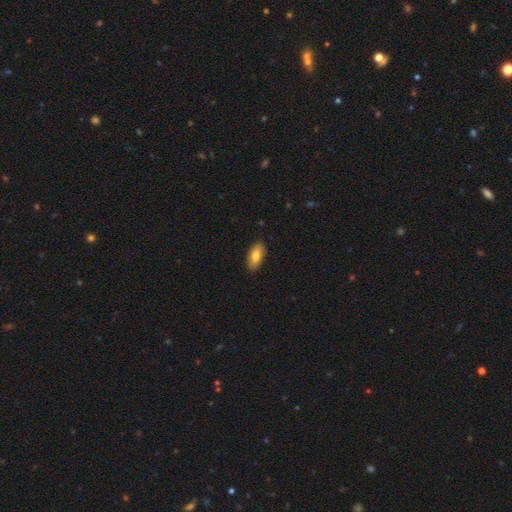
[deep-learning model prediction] smooth-or-featured: smooth: 79% | featured or disk: 15% | star or artifact: 6%
  how-rounded: in between: 90% | cigar-shaped: 8% | round: 2%
  merging: none: 88% | minor disturbance: 9% | major disturbance: 2% | merger: 1%